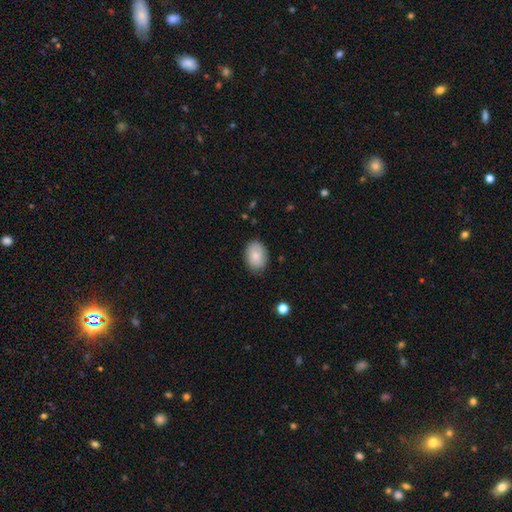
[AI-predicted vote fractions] Morphology: type=smooth (81%); roundness=in between (77%); merging=none (83%).